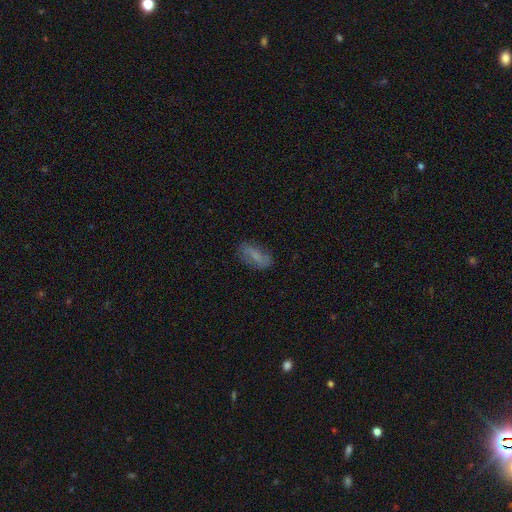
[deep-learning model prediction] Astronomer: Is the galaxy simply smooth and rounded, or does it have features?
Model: smooth — 60%.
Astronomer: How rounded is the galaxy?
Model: in between — 84%.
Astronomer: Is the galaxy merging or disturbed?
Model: none — 73%.